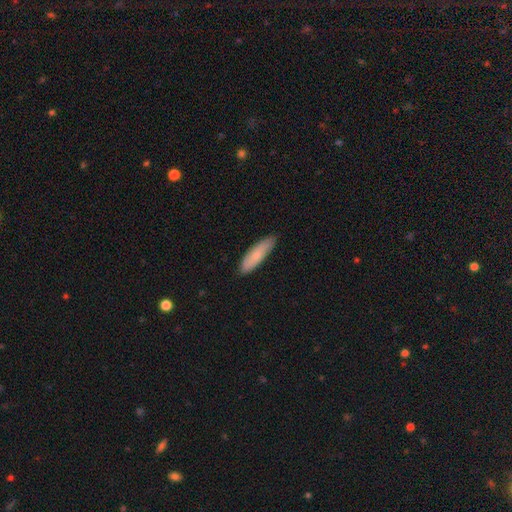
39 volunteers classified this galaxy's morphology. A smooth galaxy with no disk features (64%) that is cigar-shaped (52%).

Vote fractions:
- Smooth or featured? smooth: 64% / featured or disk: 33% / star or artifact: 3%
- How rounded? cigar-shaped: 52% / in between: 44% / round: 4%
- Merging? none: 82% / minor disturbance: 11% / major disturbance: 8% / merger: 0%